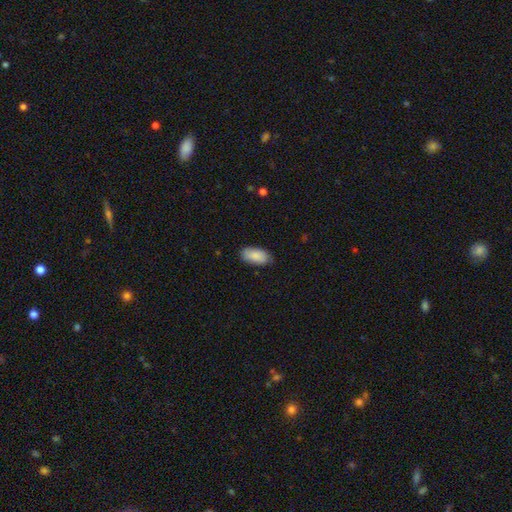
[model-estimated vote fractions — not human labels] Q: Smooth or featured?
A: smooth (88%); runner-up: featured or disk (6%)
Q: How rounded?
A: in between (94%); runner-up: cigar-shaped (3%)
Q: Merging?
A: none (83%); runner-up: minor disturbance (13%)